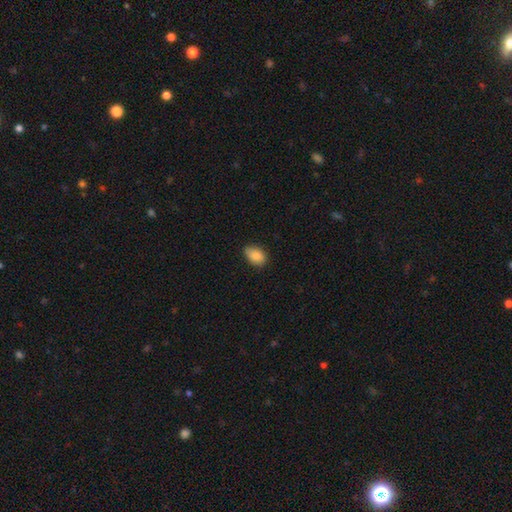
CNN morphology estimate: Smooth or featured? smooth (88%)
How rounded? in between (86%)
Merging? none (78%)